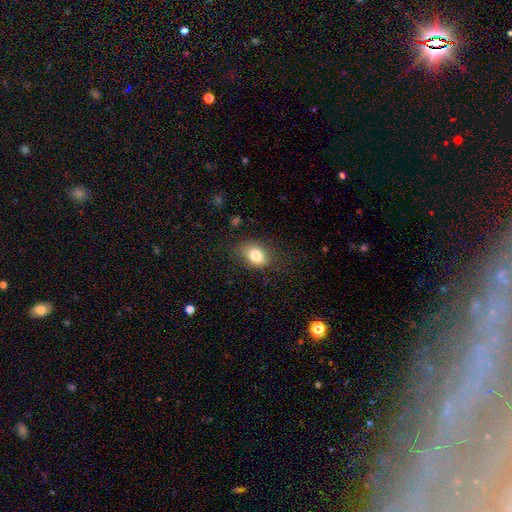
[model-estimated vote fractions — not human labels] smooth 82%, featured or disk 9%, star or artifact 9%. Down the decision tree: how rounded — in between (68%); merging — none (72%).